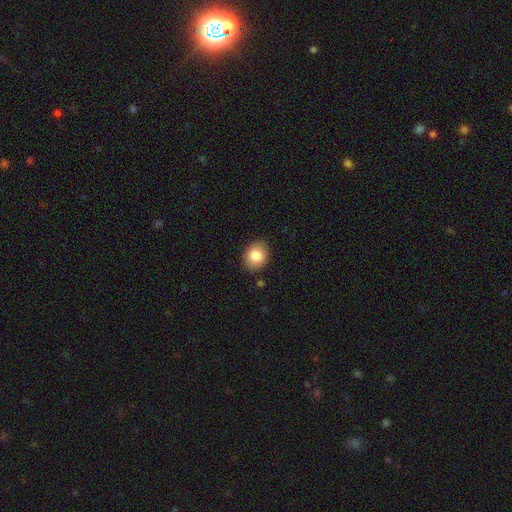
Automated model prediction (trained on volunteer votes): This appears to be a smooth galaxy with no disk features (84%) that is round (50%). Merging: none (86%).